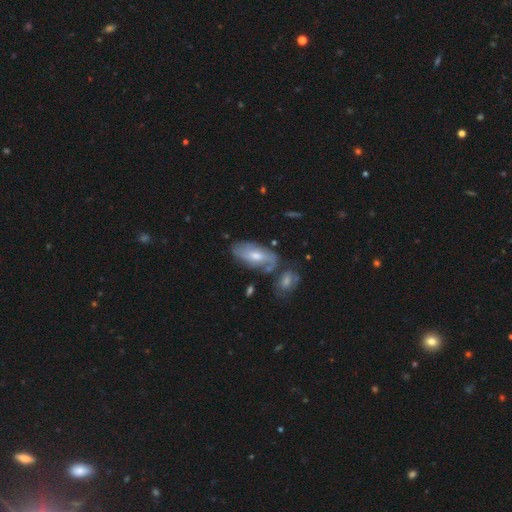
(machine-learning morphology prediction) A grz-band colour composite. It shows a featured or disk galaxy (50%). Merging: none (60%).